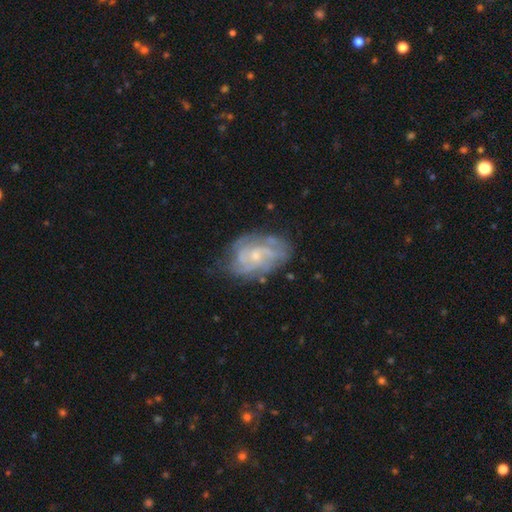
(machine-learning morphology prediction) A featured or disk galaxy (79%) with no bar (67%), tight (51%) spiral arms (87%) and a small central bulge (64%).

Vote fractions:
- Smooth or featured? featured or disk: 79% / smooth: 14% / star or artifact: 7%
- Edge-on disk? no: 97% / yes: 3%
- Bar? no: 67% / weak: 29% / strong: 4%
- Spiral arms? yes: 87% / no: 13%
- Spiral winding? tight: 51% / medium: 37% / loose: 12%
- Spiral arm count? can't tell: 39% / 2: 23% / 3: 18% / 4: 11% / 1: 4% / more than 4: 4%
- Bulge size? small: 64% / moderate: 28% / none: 5% / large: 1% / dominant: 1%
- Merging? none: 64% / minor disturbance: 23% / major disturbance: 11% / merger: 2%